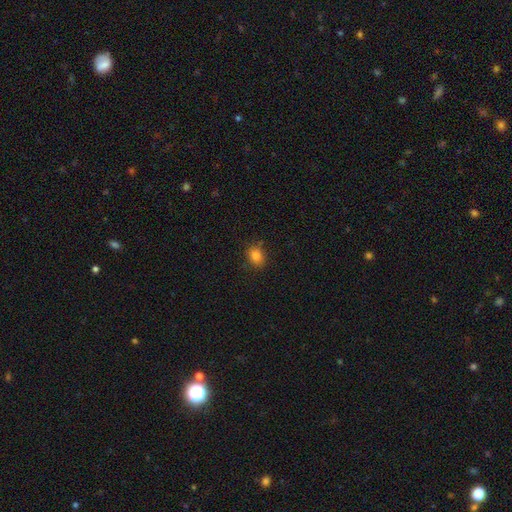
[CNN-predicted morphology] Smooth or featured? smooth (82%)
How rounded? round (52%)
Merging? none (79%)